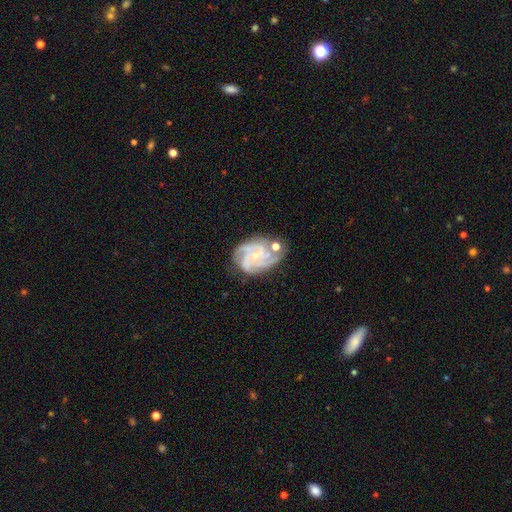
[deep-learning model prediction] Smooth or featured?
  - featured or disk: 88% *
  - smooth: 6%
  - star or artifact: 6%
Edge-on disk?
  - no: 98% *
  - yes: 2%
Bar?
  - no: 68% *
  - weak: 26%
  - strong: 6%
Spiral arms?
  - yes: 98% *
  - no: 2%
Spiral winding?
  - tight: 57% *
  - medium: 37%
  - loose: 6%
Spiral arm count?
  - 3: 44% *
  - 4: 28%
  - can't tell: 10%
  - 2: 9%
  - more than 4: 4%
  - 1: 4%
Bulge size?
  - small: 70% *
  - moderate: 25%
  - none: 2%
  - large: 1%
  - dominant: 1%
Merging?
  - none: 61% *
  - minor disturbance: 22%
  - major disturbance: 9%
  - merger: 9%